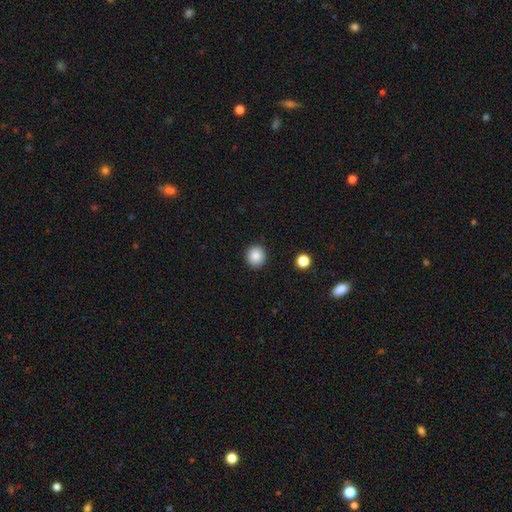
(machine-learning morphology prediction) A smooth galaxy with no disk features (87%) that is round (91%). Merging: none (92%).